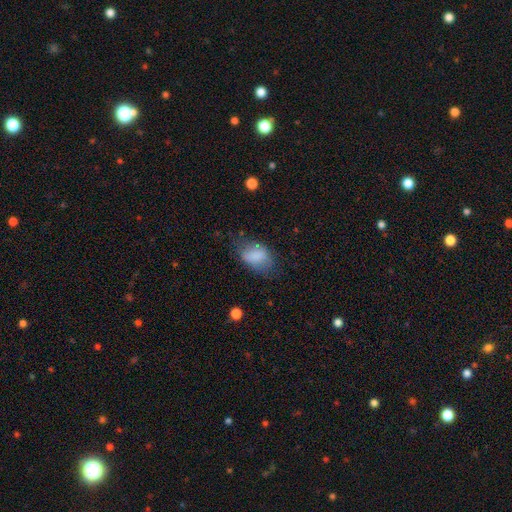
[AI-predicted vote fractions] Smooth or featured: smooth — 77% (featured or disk — 14%)
How rounded: in between — 85% (round — 13%)
Merging: none — 52% (minor disturbance — 29%)